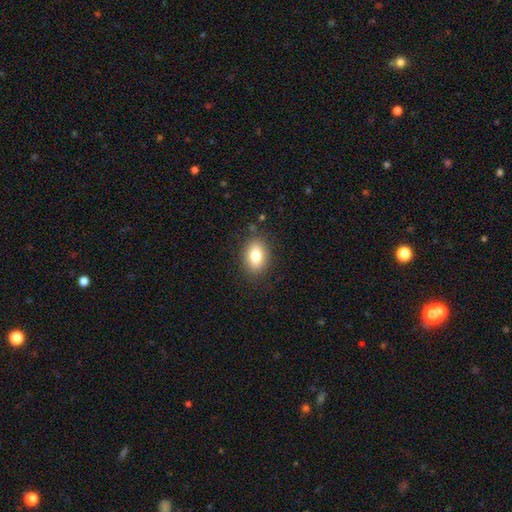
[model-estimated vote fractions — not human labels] This is clearly a smooth galaxy (81%). How rounded: likely in between (80%). Merging: clearly none (86%).